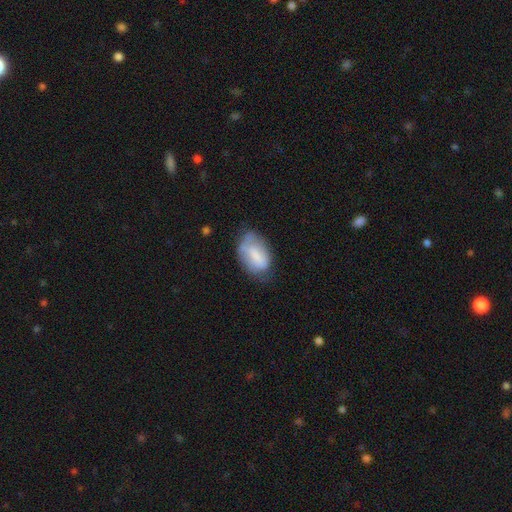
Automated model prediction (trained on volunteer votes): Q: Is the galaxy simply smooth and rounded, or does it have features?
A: smooth — 64%.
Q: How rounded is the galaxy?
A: in between — 91%.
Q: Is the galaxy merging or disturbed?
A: none — 48%.